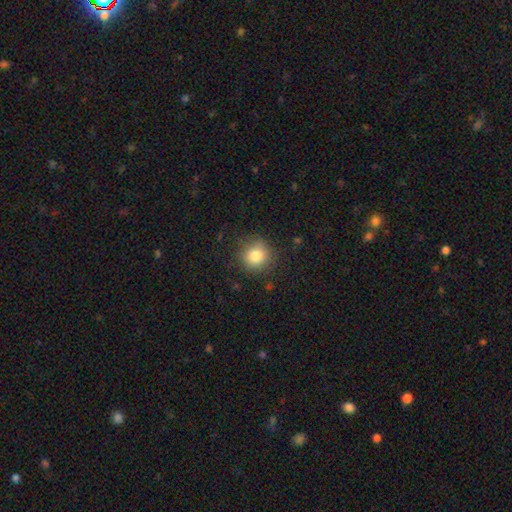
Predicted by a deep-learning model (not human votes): smooth-or-featured: smooth: 83% | star or artifact: 11% | featured or disk: 7%
  how-rounded: round: 91% | in between: 8% | cigar-shaped: 1%
  merging: none: 83% | minor disturbance: 12% | major disturbance: 4% | merger: 1%